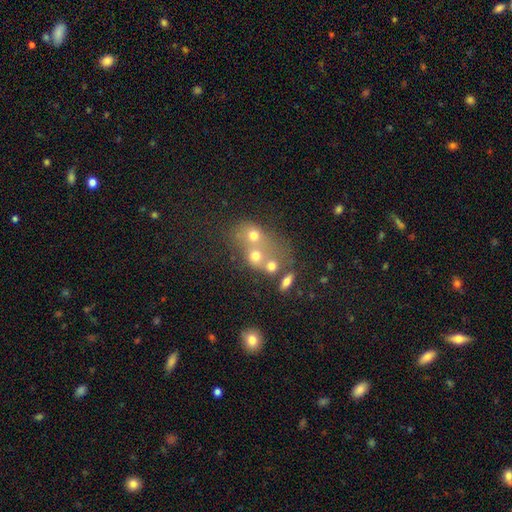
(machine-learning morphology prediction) This is likely a smooth galaxy (61%). How rounded: likely round (65%). Merging: possibly merger (59%).